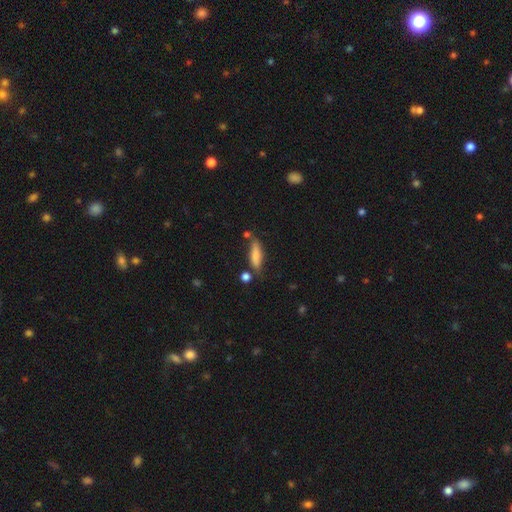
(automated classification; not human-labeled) A smooth galaxy with no disk features (78%) that is cigar-shaped (52%).

Vote fractions:
- Smooth or featured? smooth: 78% / featured or disk: 14% / star or artifact: 7%
- How rounded? cigar-shaped: 52% / in between: 46% / round: 2%
- Merging? none: 63% / minor disturbance: 22% / merger: 9% / major disturbance: 6%